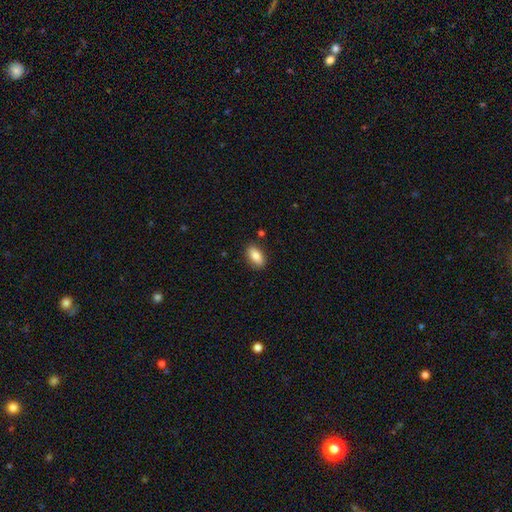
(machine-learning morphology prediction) type=smooth (83%); roundness=in between (89%); merging=none (86%).